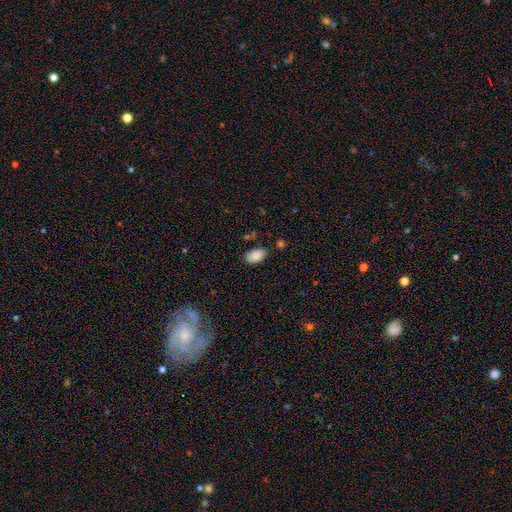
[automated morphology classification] smooth_or_featured: smooth (p=0.87) [alt: star or artifact p=0.07]
how_rounded: in between (p=0.94) [alt: round p=0.05]
merging: none (p=0.80) [alt: minor disturbance p=0.14]